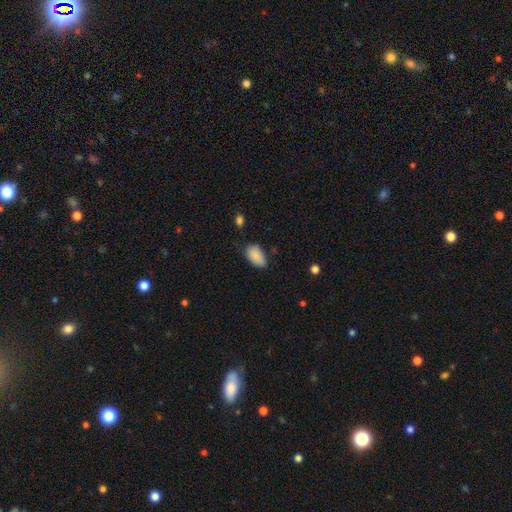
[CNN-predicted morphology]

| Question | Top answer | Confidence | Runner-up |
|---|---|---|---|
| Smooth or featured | smooth | 88% | star or artifact (7%) |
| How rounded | in between | 93% | round (5%) |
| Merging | none | 69% | minor disturbance (25%) |